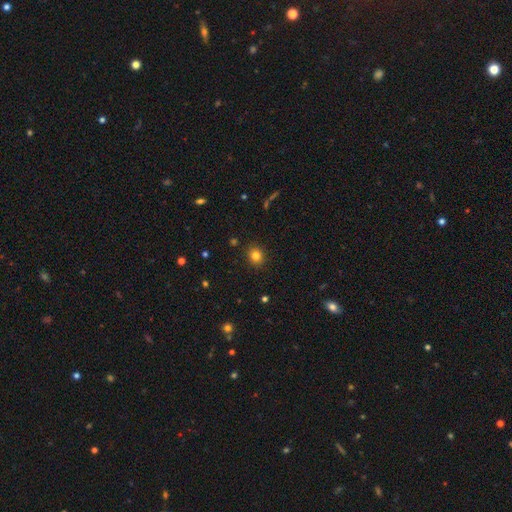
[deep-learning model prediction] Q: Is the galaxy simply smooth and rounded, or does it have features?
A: smooth — 81%.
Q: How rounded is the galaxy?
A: round — 77%.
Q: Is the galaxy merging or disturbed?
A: none — 90%.